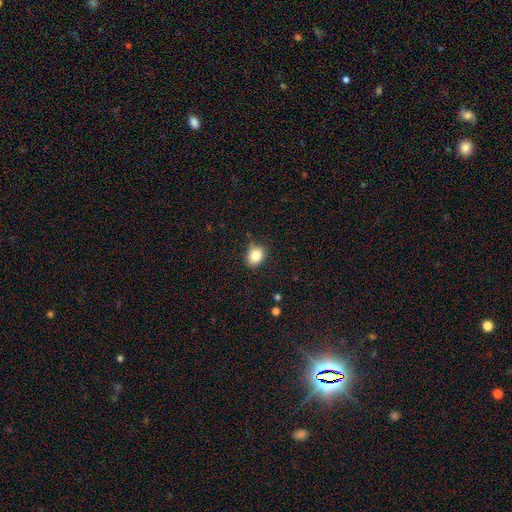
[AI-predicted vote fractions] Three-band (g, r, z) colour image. It shows a smooth galaxy with no disk features (81%) that is in between round and cigar-shaped (52%). Merging: none (69%).